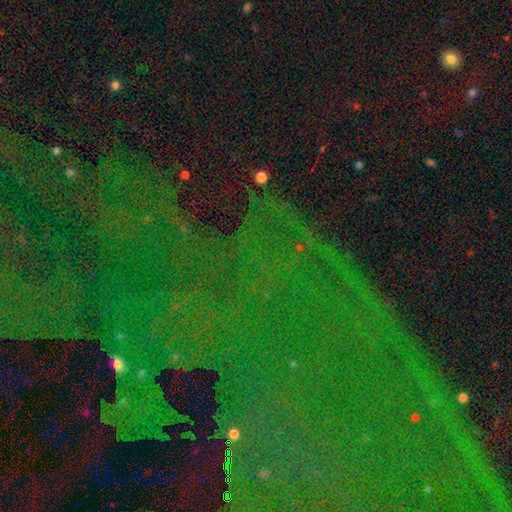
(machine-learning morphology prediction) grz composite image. It shows a star or artifact, not a galaxy (83%).